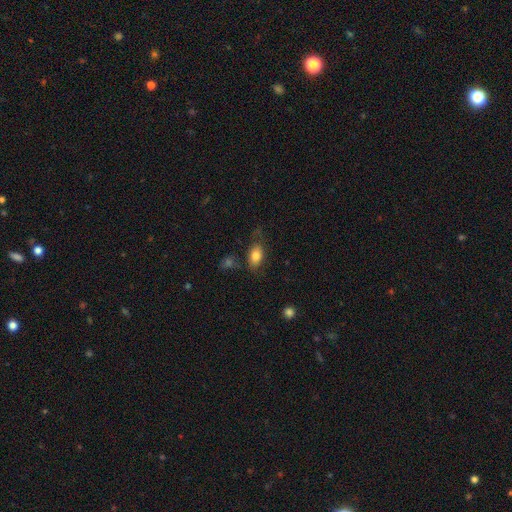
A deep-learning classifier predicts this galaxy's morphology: Overall: smooth (81%). How rounded: in between (88%). Merging: none (71%).